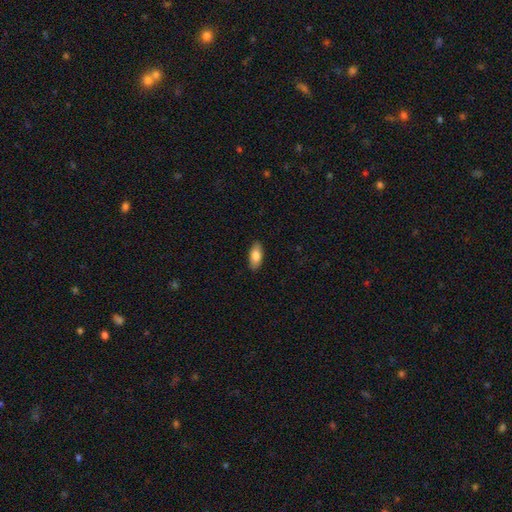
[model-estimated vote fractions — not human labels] Smooth or featured?
  - smooth: 82% *
  - featured or disk: 12%
  - star or artifact: 6%
How rounded?
  - in between: 90% *
  - cigar-shaped: 8%
  - round: 2%
Merging?
  - none: 89% *
  - minor disturbance: 8%
  - major disturbance: 2%
  - merger: 1%